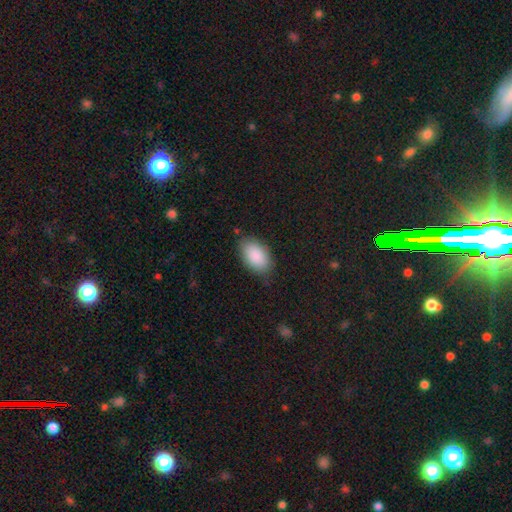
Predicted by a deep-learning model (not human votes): A smooth galaxy with no disk features (90%) that is in between round and cigar-shaped (94%). Merging: none (80%).